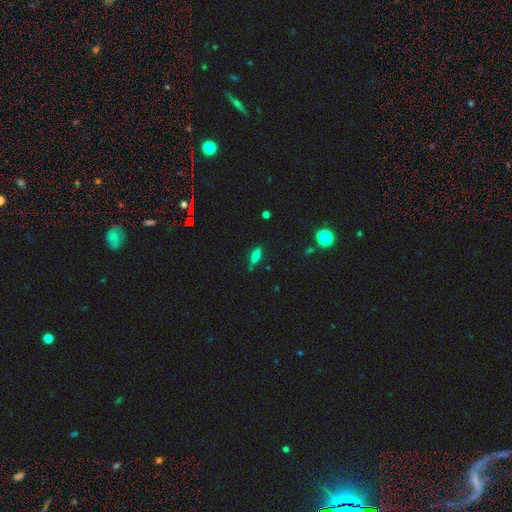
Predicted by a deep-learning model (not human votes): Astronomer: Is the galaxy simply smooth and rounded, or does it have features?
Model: smooth — 58%.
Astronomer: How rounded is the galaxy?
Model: in between — 58% (runner-up: cigar-shaped, 37%).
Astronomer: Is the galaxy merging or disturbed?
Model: none — 76%.